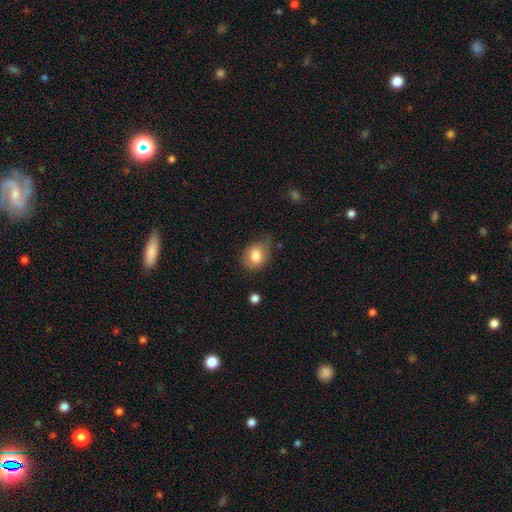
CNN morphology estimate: Smooth or featured? smooth (80%)
How rounded? in between (54%)
Merging? none (61%)